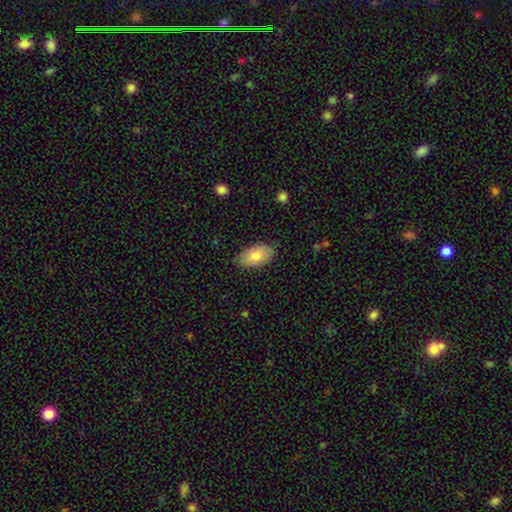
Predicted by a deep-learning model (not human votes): smooth-or-featured: smooth: 77% | featured or disk: 16% | star or artifact: 6%
  how-rounded: in between: 94% | round: 4% | cigar-shaped: 2%
  merging: none: 85% | minor disturbance: 12% | major disturbance: 2% | merger: 1%